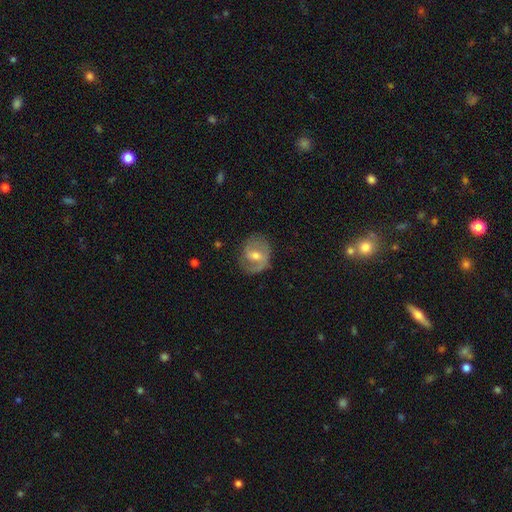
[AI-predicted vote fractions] Q: Smooth or featured?
A: featured or disk (71%); runner-up: smooth (22%)
Q: Edge-on disk?
A: no (96%); runner-up: yes (4%)
Q: Bar?
A: weak (52%); runner-up: strong (25%)
Q: Spiral arms?
A: yes (83%); runner-up: no (17%)
Q: Spiral winding?
A: medium (46%); runner-up: tight (33%)
Q: Spiral arm count?
A: 2 (72%); runner-up: 1 (13%)
Q: Bulge size?
A: moderate (66%); runner-up: small (26%)
Q: Merging?
A: none (72%); runner-up: minor disturbance (18%)